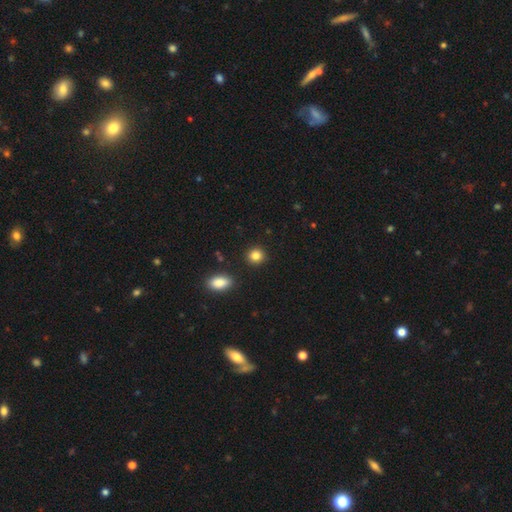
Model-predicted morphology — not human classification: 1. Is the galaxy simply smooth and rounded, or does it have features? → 85% smooth, 10% star or artifact, 5% featured or disk.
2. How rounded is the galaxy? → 86% round, 13% in between, 1% cigar-shaped.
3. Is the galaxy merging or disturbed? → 90% none, 6% minor disturbance, 2% merger, 2% major disturbance.